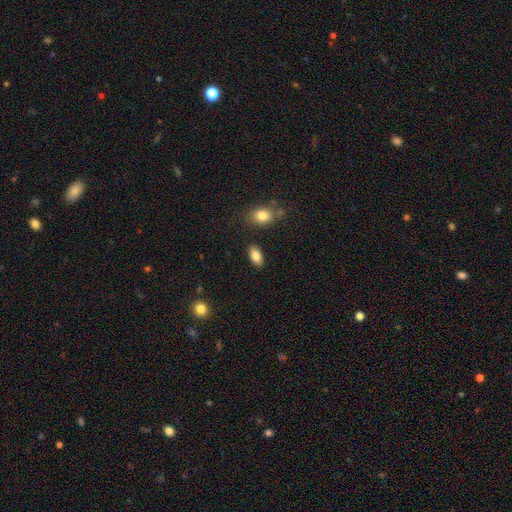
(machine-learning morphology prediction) A smooth galaxy with no disk features (86%) that is in between round and cigar-shaped (92%).

Vote fractions:
- Smooth or featured? smooth: 86% / star or artifact: 8% / featured or disk: 7%
- How rounded? in between: 92% / round: 4% / cigar-shaped: 4%
- Merging? none: 86% / minor disturbance: 9% / merger: 3% / major disturbance: 2%